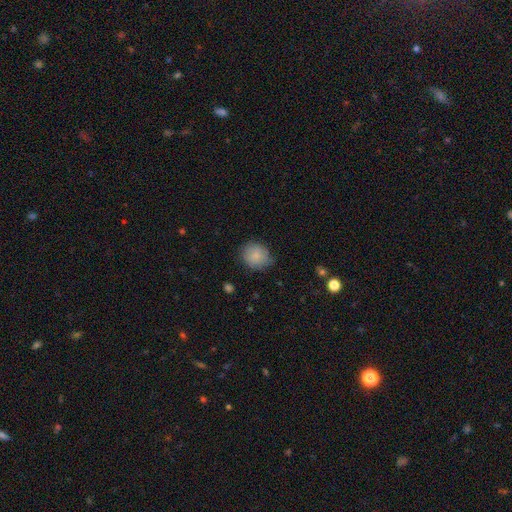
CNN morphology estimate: Overall: smooth (83%). How rounded: round (77%). Merging: none (72%).